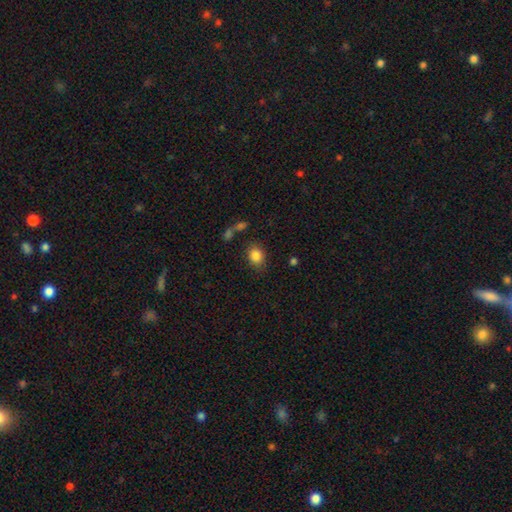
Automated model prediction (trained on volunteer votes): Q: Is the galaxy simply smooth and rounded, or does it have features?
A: smooth — 85%.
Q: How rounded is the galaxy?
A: round — 51%.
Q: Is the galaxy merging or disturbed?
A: none — 77%.